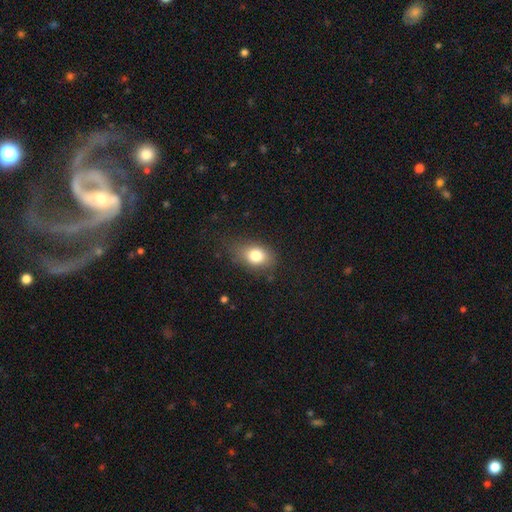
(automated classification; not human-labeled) A smooth galaxy with no disk features (79%) that is in between round and cigar-shaped (72%).

Vote fractions:
- Smooth or featured? smooth: 79% / featured or disk: 11% / star or artifact: 10%
- How rounded? in between: 72% / round: 26% / cigar-shaped: 2%
- Merging? none: 73% / minor disturbance: 20% / major disturbance: 6% / merger: 1%